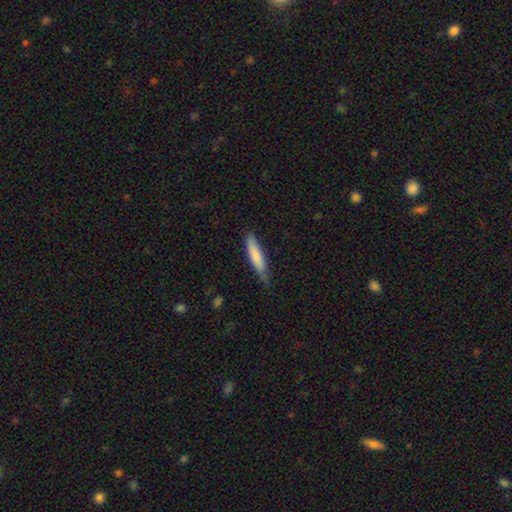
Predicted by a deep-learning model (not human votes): smooth-or-featured: smooth: 78% | featured or disk: 16% | star or artifact: 5%
  how-rounded: cigar-shaped: 81% | in between: 18% | round: 1%
  merging: none: 68% | minor disturbance: 26% | major disturbance: 4% | merger: 1%